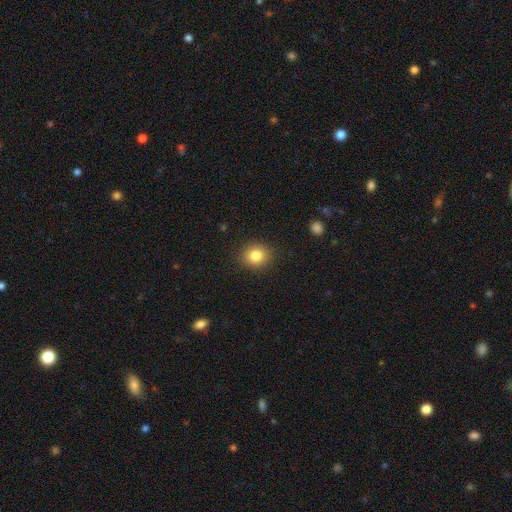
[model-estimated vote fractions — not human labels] smooth-or-featured: smooth: 83% | star or artifact: 11% | featured or disk: 7%
  how-rounded: round: 74% | in between: 25% | cigar-shaped: 1%
  merging: none: 89% | minor disturbance: 7% | major disturbance: 2% | merger: 1%